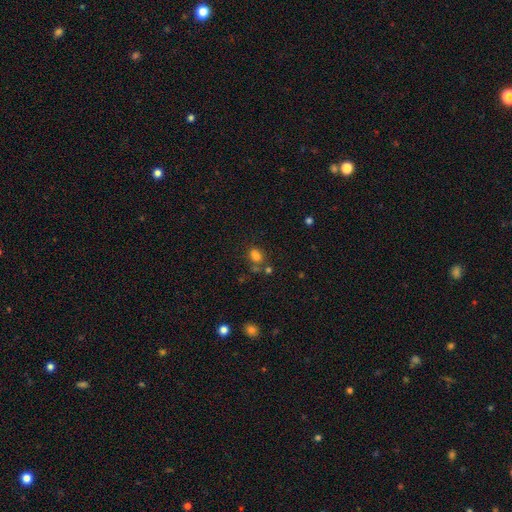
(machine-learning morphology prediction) Smooth or featured: smooth — 75% (star or artifact — 18%)
How rounded: in between — 68% (round — 30%)
Merging: none — 57% (merger — 21%)